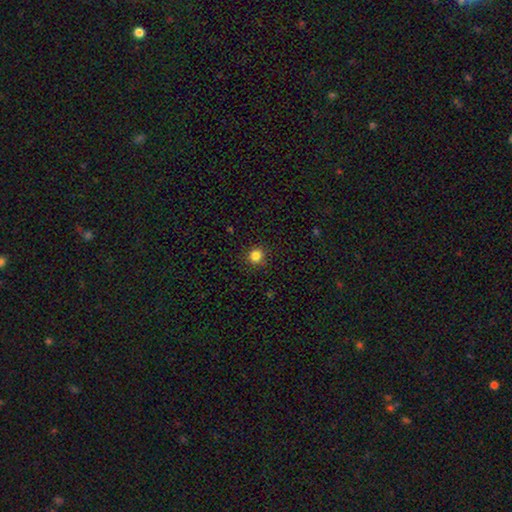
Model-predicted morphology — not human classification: smooth-or-featured: smooth: 84% | star or artifact: 12% | featured or disk: 4%
  how-rounded: round: 92% | in between: 7% | cigar-shaped: 1%
  merging: none: 90% | minor disturbance: 6% | major disturbance: 2% | merger: 1%